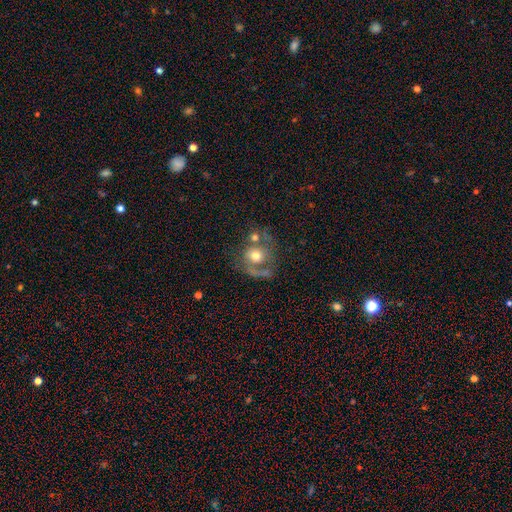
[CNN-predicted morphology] A featured or disk galaxy (45%, tied with smooth). Merging: none (39%).